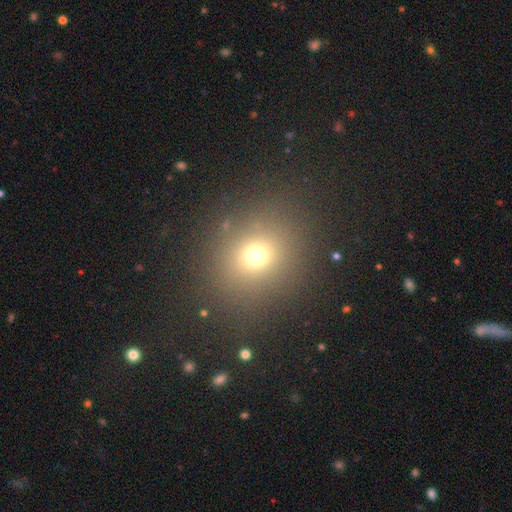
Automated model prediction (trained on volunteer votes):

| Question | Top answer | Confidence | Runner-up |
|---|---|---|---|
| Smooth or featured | smooth | 68% | star or artifact (22%) |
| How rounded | round | 79% | in between (20%) |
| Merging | none | 84% | minor disturbance (8%) |